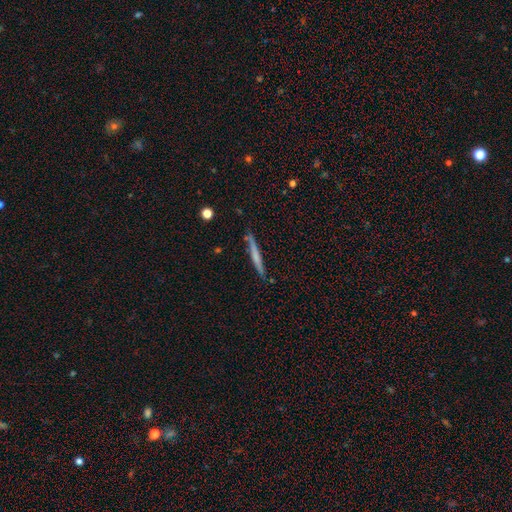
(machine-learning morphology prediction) type=smooth (53%); roundness=cigar-shaped (96%); merging=none (82%).